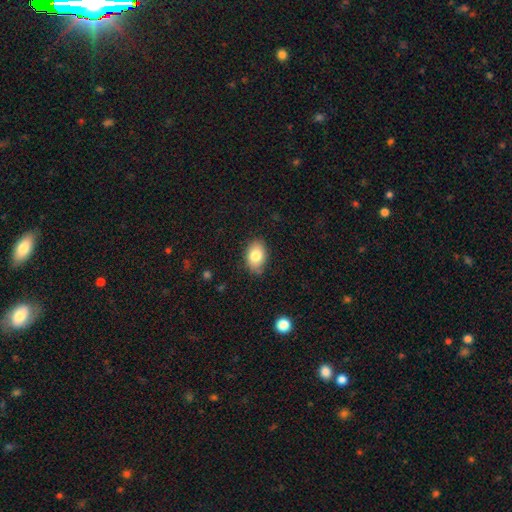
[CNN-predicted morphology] The model was most divided on "merging": none: 78%, minor disturbance: 17%, major disturbance: 3%, merger: 1%. More confident: how rounded — in between (85%); smooth or featured — smooth (80%).